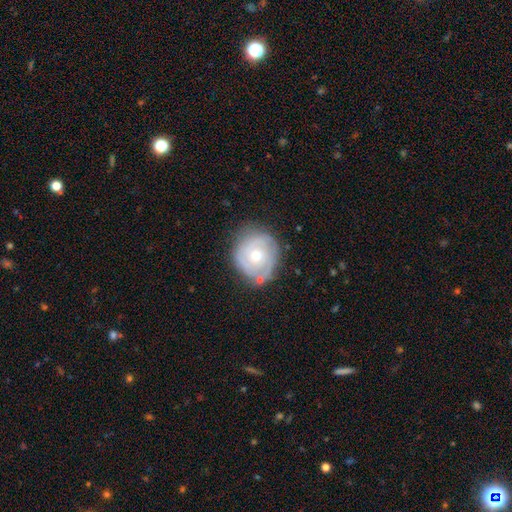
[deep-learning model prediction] Smooth or featured?
  - featured or disk: 69% *
  - smooth: 24%
  - star or artifact: 7%
Edge-on disk?
  - no: 97% *
  - yes: 3%
Bar?
  - no: 81% *
  - weak: 16%
  - strong: 3%
Spiral arms?
  - yes: 82% *
  - no: 18%
Spiral winding?
  - tight: 70% *
  - medium: 23%
  - loose: 7%
Spiral arm count?
  - can't tell: 40% *
  - 2: 28%
  - 3: 18%
  - 1: 6%
  - 4: 5%
  - more than 4: 4%
Bulge size?
  - moderate: 59% *
  - small: 37%
  - large: 2%
  - none: 1%
  - dominant: 1%
Merging?
  - none: 71% *
  - minor disturbance: 21%
  - major disturbance: 6%
  - merger: 3%